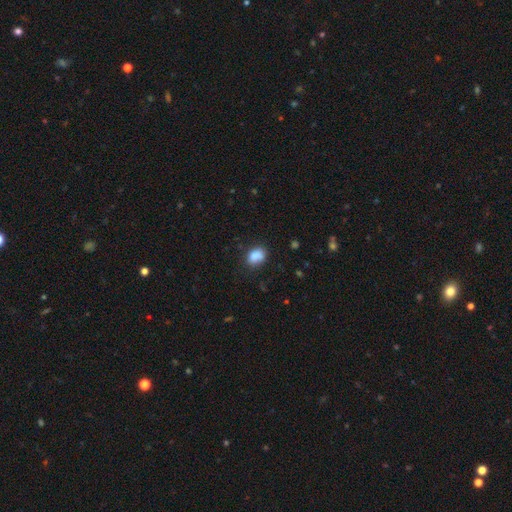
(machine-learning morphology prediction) smooth 84%, star or artifact 9%, featured or disk 7%. Down the decision tree: how rounded — in between (71%); merging — none (63%).